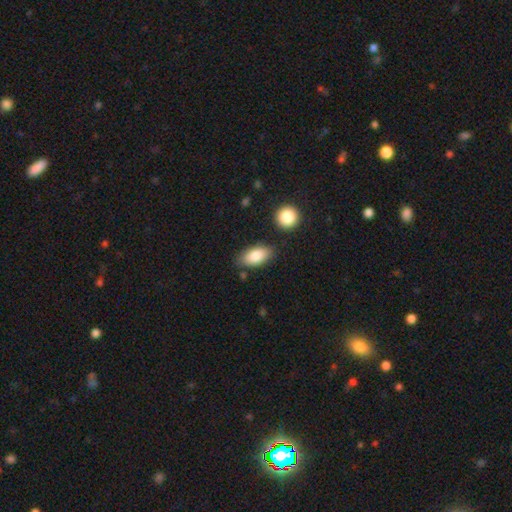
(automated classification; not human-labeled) Overall: smooth (84%). How rounded: in between (90%). Merging: none (77%).